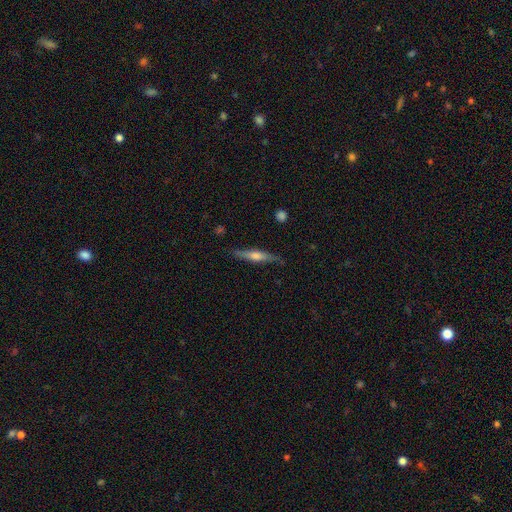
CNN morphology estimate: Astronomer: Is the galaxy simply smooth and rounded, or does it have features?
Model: featured or disk — 59% (runner-up: smooth, 35%).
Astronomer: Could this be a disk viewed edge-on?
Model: yes — 95%.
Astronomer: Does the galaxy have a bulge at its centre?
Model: rounded — 79%.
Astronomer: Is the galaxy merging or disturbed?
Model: none — 81%.